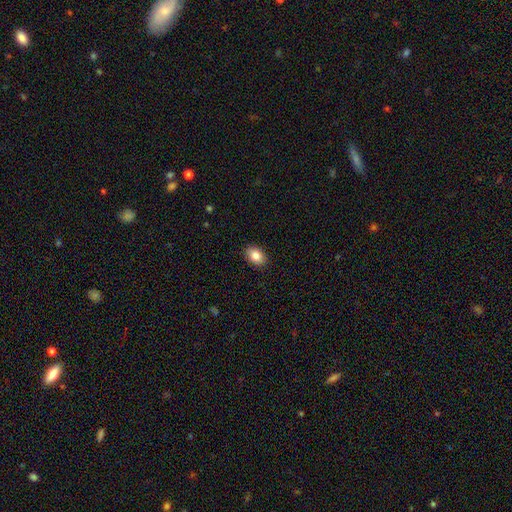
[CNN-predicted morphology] A smooth galaxy with no disk features (85%) that is in between round and cigar-shaped (77%). Merging: none (89%).